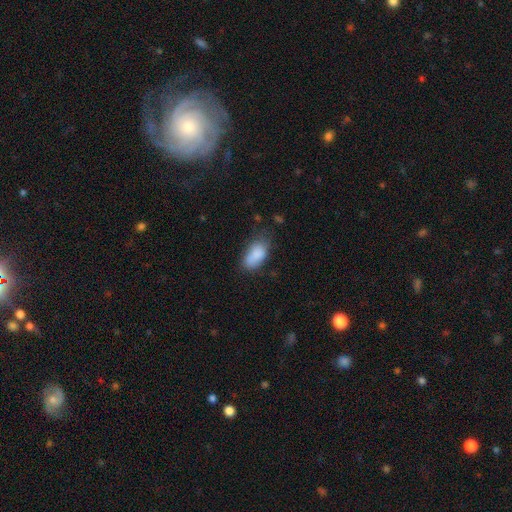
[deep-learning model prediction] Smooth or featured? smooth (85%)
How rounded? in between (92%)
Merging? none (53%)